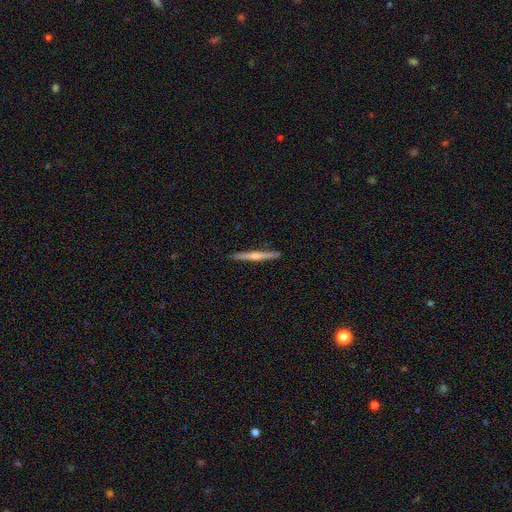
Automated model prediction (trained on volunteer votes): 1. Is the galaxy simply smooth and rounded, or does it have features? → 72% featured or disk, 22% smooth, 6% star or artifact.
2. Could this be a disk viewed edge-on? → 98% yes, 2% no.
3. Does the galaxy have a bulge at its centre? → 80% rounded, 14% none, 6% boxy.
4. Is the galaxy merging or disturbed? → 92% none, 6% minor disturbance, 1% major disturbance, 1% merger.